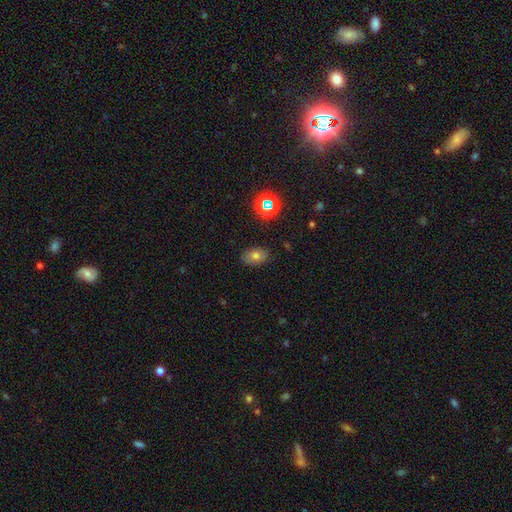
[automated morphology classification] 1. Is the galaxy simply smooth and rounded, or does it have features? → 70% smooth, 16% star or artifact, 15% featured or disk.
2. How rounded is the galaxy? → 83% in between, 16% round, 1% cigar-shaped.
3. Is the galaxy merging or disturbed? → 84% none, 12% minor disturbance, 3% major disturbance, 2% merger.